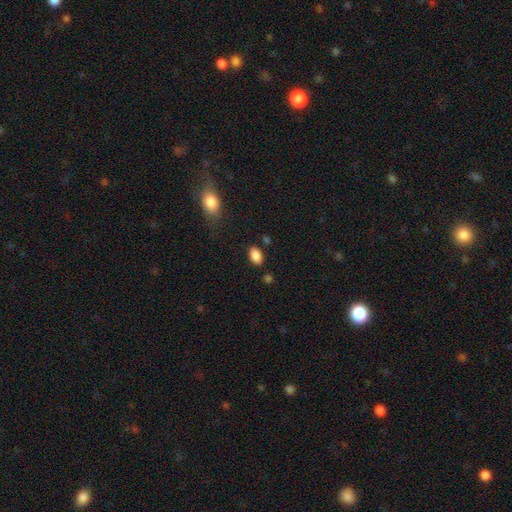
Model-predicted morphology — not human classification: Q: Smooth or featured?
A: smooth (88%); runner-up: star or artifact (8%)
Q: How rounded?
A: in between (87%); runner-up: round (11%)
Q: Merging?
A: none (84%); runner-up: minor disturbance (11%)